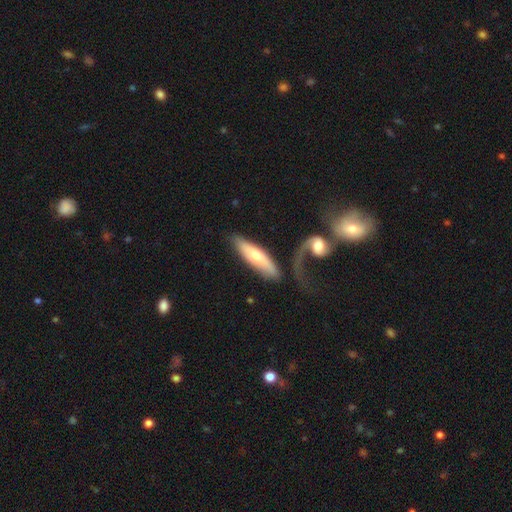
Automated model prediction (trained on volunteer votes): smooth_or_featured: smooth (p=0.55) [alt: featured or disk p=0.40]
how_rounded: cigar-shaped (p=0.68) [alt: in between p=0.30]
merging: none (p=0.63) [alt: minor disturbance p=0.16]